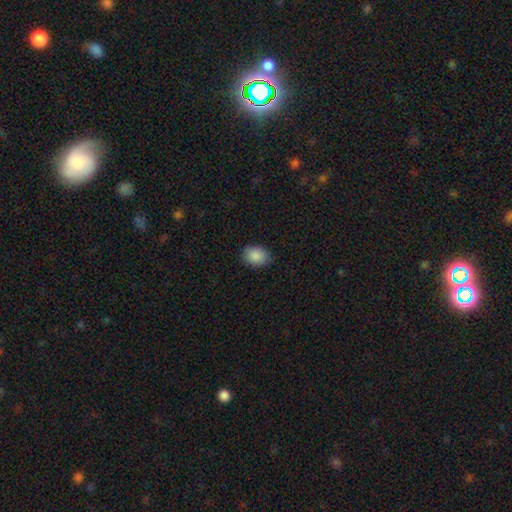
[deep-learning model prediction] Smooth or featured?
  - smooth: 89% *
  - star or artifact: 8%
  - featured or disk: 4%
How rounded?
  - in between: 65% *
  - round: 34%
  - cigar-shaped: 1%
Merging?
  - none: 83% *
  - minor disturbance: 13%
  - major disturbance: 3%
  - merger: 1%